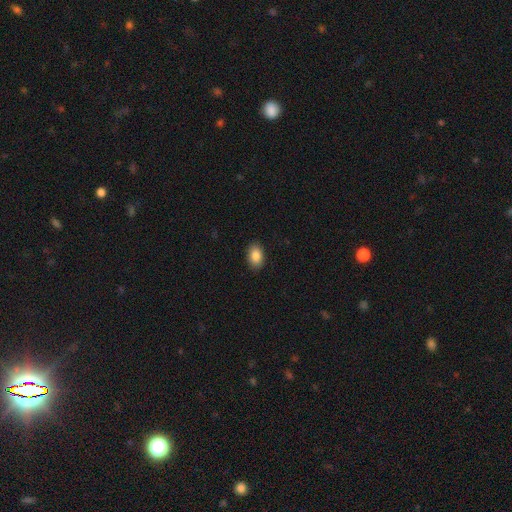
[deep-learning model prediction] The model was most divided on "how rounded": in between: 88%, round: 11%, cigar-shaped: 1%. More confident: merging — none (89%); smooth or featured — smooth (86%).